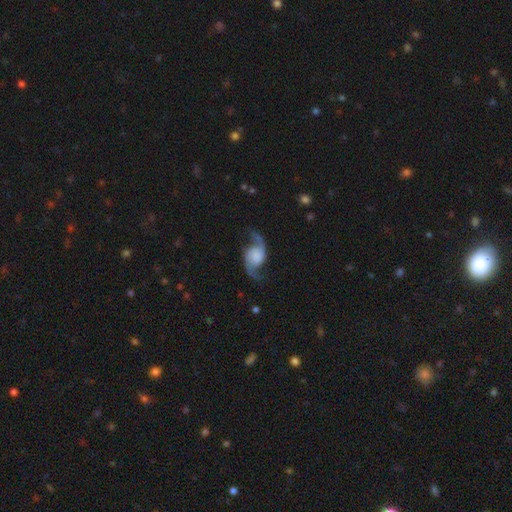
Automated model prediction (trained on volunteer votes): A featured or disk galaxy (89%) with no bar (67%), 2 (95%) loose (80%) spiral arms (97%) and no central bulge (40%). Merging: none (78%).